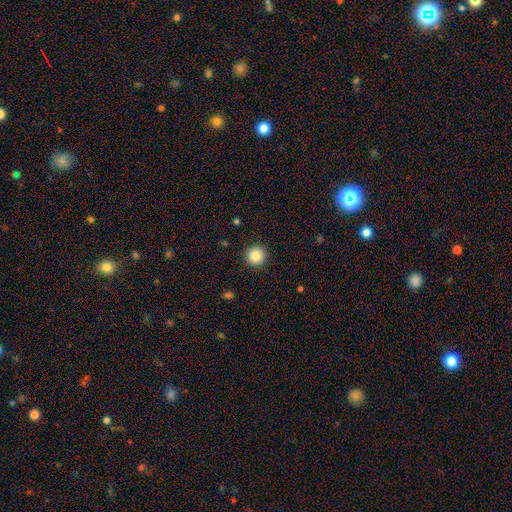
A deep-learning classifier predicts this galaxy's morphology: Smooth or featured? smooth (86%)
How rounded? round (96%)
Merging? none (92%)